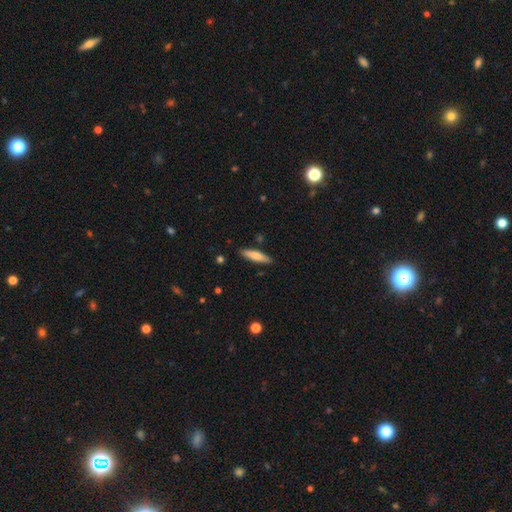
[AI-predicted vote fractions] smooth 67%, featured or disk 27%, star or artifact 6%. Down the decision tree: how rounded — cigar-shaped (75%); merging — none (88%).